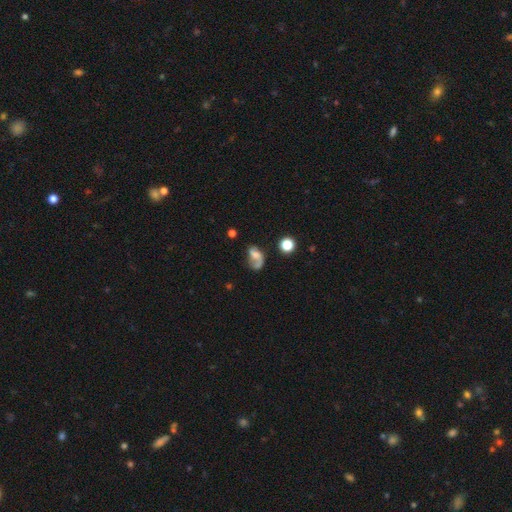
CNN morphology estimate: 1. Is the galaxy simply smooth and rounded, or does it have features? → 50% featured or disk, 38% smooth, 12% star or artifact.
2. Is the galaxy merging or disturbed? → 36% none, 32% major disturbance, 21% minor disturbance, 11% merger.